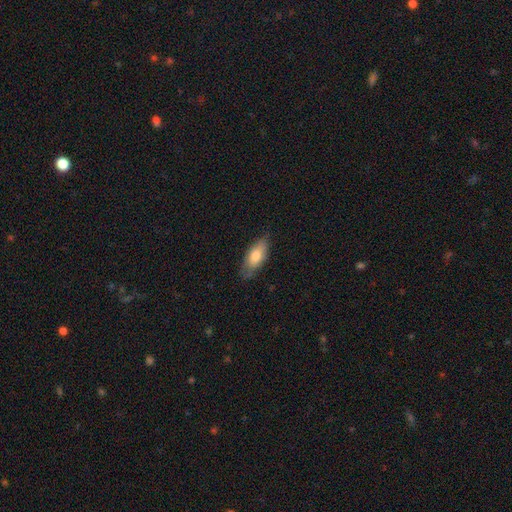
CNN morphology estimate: A smooth galaxy with no disk features (75%) that is in between round and cigar-shaped (85%). Merging: none (75%).